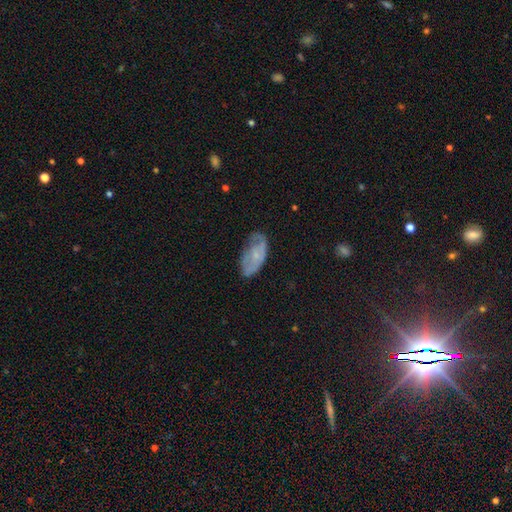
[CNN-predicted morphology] A featured or disk galaxy (49%). Merging: none (52%).